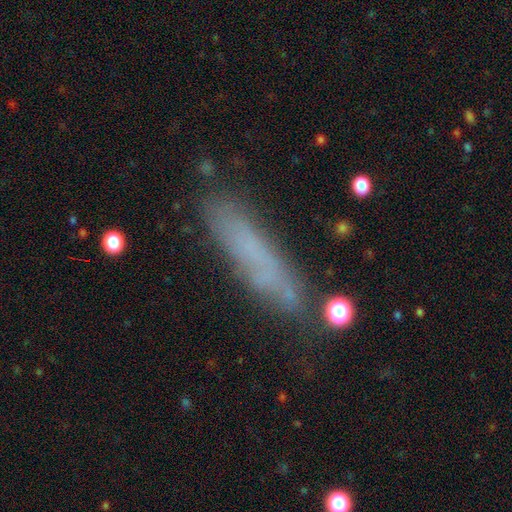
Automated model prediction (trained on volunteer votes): A smooth galaxy with no disk features (59%) that is cigar-shaped (82%). Merging: none (72%).